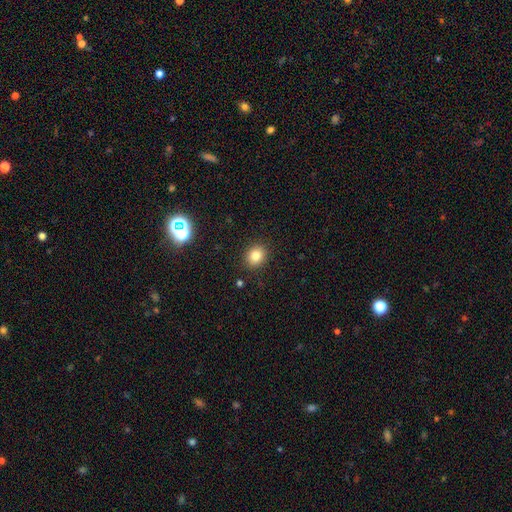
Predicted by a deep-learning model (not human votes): smooth 82%, star or artifact 12%, featured or disk 7%. Down the decision tree: how rounded — round (67%); merging — none (89%).